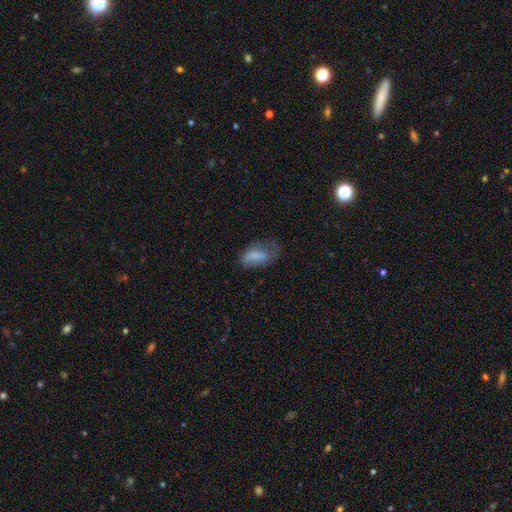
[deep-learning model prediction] This appears to be a smooth galaxy with no disk features (71%) that is in between round and cigar-shaped (88%). Merging: none (37%).